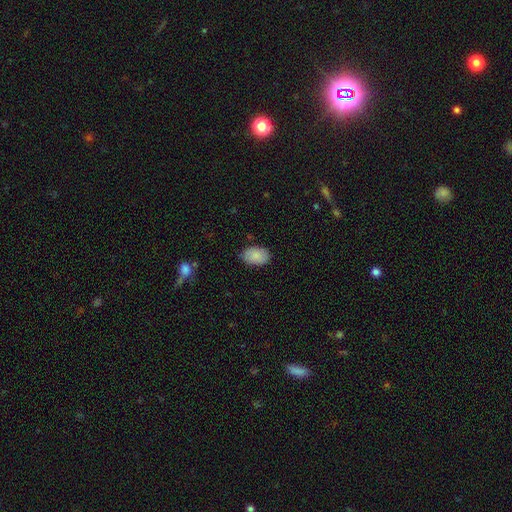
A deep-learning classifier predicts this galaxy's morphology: smooth_or_featured: smooth (p=0.86) [alt: featured or disk p=0.07]
how_rounded: in between (p=0.89) [alt: round p=0.10]
merging: none (p=0.83) [alt: minor disturbance p=0.14]